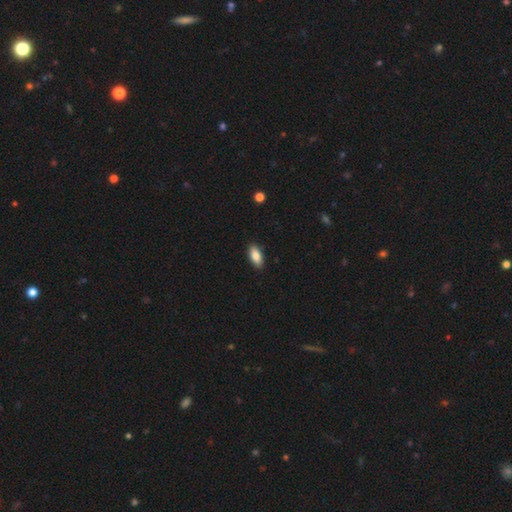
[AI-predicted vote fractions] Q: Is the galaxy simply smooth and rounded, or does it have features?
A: smooth — 84%.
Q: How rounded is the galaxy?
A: in between — 86%.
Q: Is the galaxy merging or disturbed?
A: none — 89%.